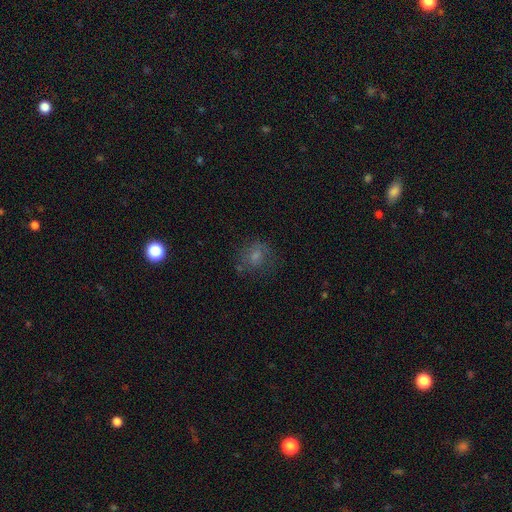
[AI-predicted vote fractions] A smooth galaxy with no disk features (63%) that is round (70%). Merging: none (63%).